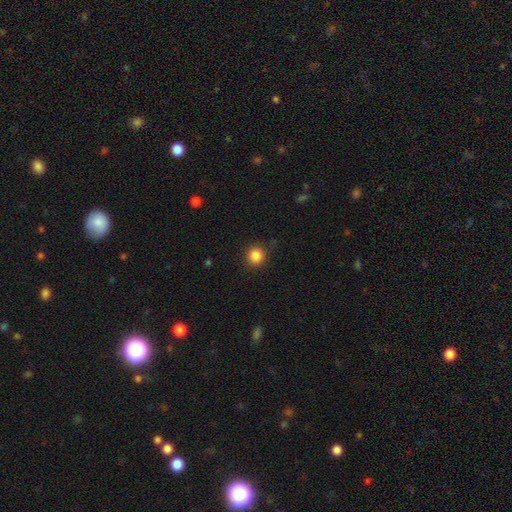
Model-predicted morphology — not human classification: Smooth or featured: smooth — 86% (star or artifact — 11%)
How rounded: round — 91% (in between — 8%)
Merging: none — 89% (minor disturbance — 7%)